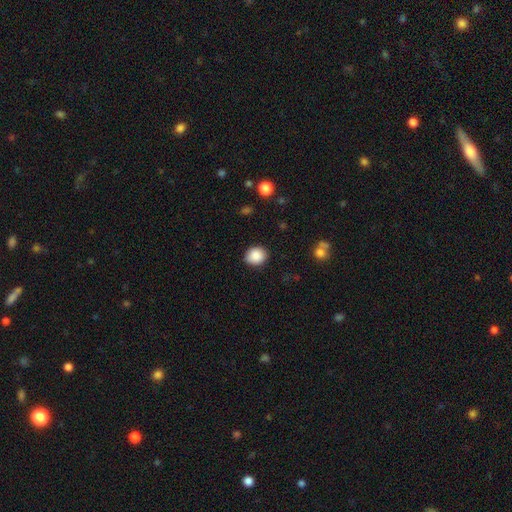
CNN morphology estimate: smooth_or_featured: smooth (p=0.88) [alt: star or artifact p=0.08]
how_rounded: round (p=0.67) [alt: in between p=0.32]
merging: none (p=0.87) [alt: minor disturbance p=0.09]